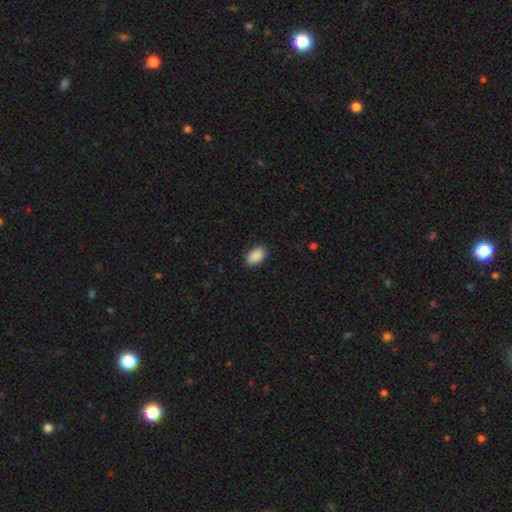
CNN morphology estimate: This is clearly a smooth galaxy (91%). How rounded: clearly in between (91%). Merging: clearly none (88%).